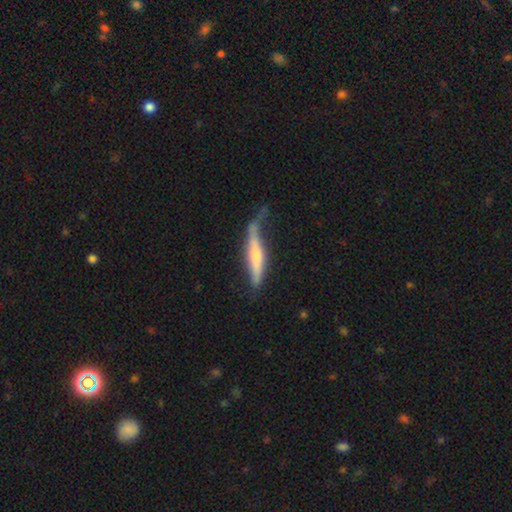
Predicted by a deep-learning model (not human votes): The model was most divided on "merging": none: 42%, minor disturbance: 33%, major disturbance: 21%, merger: 5%. More confident: edge-on disk — yes (81%); smooth or featured — featured or disk (61%).